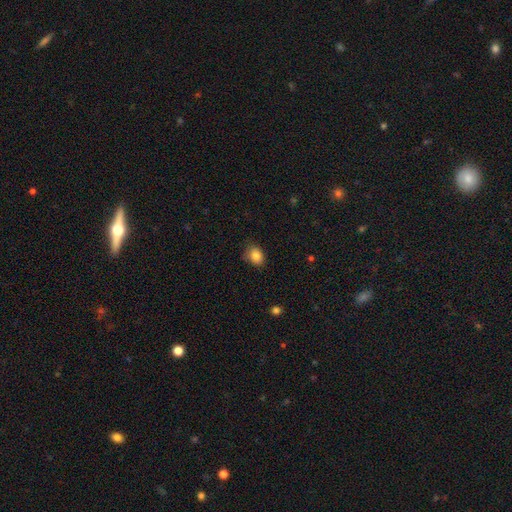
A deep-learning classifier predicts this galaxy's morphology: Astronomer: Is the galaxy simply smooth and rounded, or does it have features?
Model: smooth — 85%.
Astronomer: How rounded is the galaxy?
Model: in between — 59% (runner-up: round, 40%).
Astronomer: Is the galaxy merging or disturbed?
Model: none — 72%.